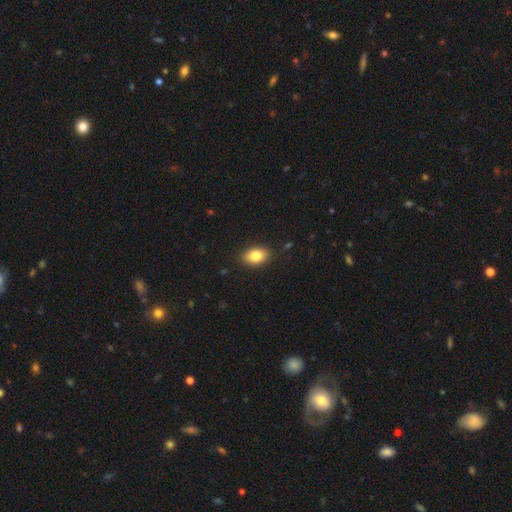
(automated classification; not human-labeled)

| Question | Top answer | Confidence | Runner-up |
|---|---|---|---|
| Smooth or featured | smooth | 84% | featured or disk (9%) |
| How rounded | in between | 87% | round (11%) |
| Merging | none | 88% | minor disturbance (9%) |